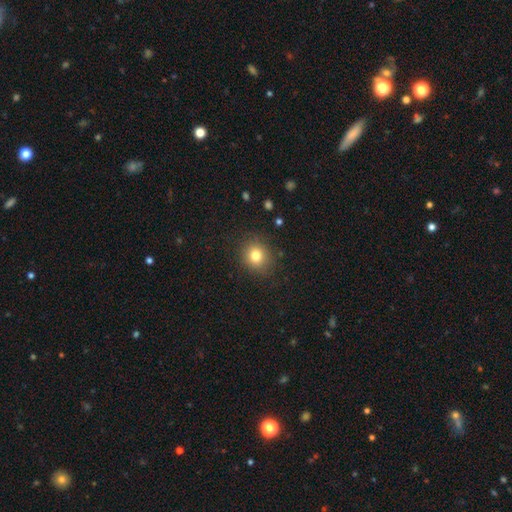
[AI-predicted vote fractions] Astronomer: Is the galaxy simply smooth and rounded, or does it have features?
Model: smooth — 79%.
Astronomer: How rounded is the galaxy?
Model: round — 81%.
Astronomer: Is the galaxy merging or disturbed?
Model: none — 87%.